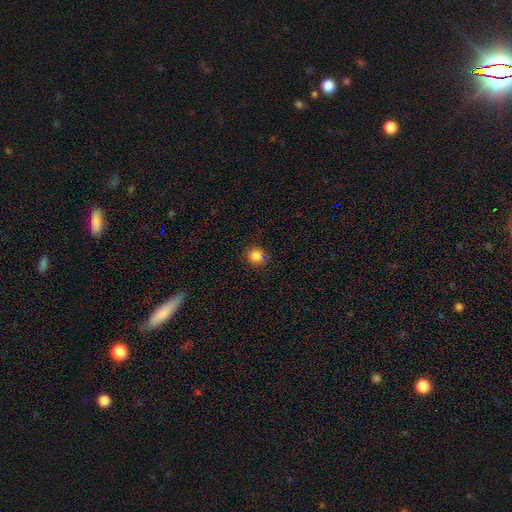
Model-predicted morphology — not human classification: A smooth galaxy with no disk features (82%) that is round (92%).

Vote fractions:
- Smooth or featured? smooth: 82% / star or artifact: 14% / featured or disk: 4%
- How rounded? round: 92% / in between: 7% / cigar-shaped: 1%
- Merging? none: 85% / minor disturbance: 9% / merger: 4% / major disturbance: 2%